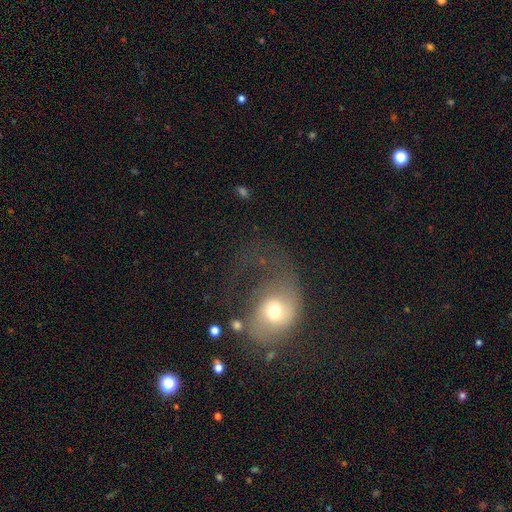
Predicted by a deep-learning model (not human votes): A featured or disk galaxy (53%) with no bar (77%), spiral arms (69%) and a moderate central bulge (65%).

Vote fractions:
- Smooth or featured? featured or disk: 53% / smooth: 35% / star or artifact: 12%
- Edge-on disk? no: 96% / yes: 4%
- Bar? no: 77% / weak: 18% / strong: 5%
- Spiral arms? yes: 69% / no: 31%
- Bulge size? moderate: 65% / small: 20% / large: 11% / dominant: 3% / none: 1%
- Merging? major disturbance: 52% / none: 28% / minor disturbance: 16% / merger: 4%